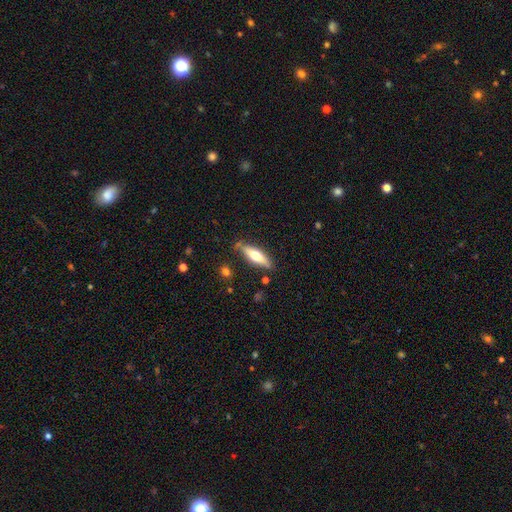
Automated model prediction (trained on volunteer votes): Overall: smooth (53%; featured or disk 41%). How rounded: cigar-shaped (55%; in between 43%). Merging: none (80%).